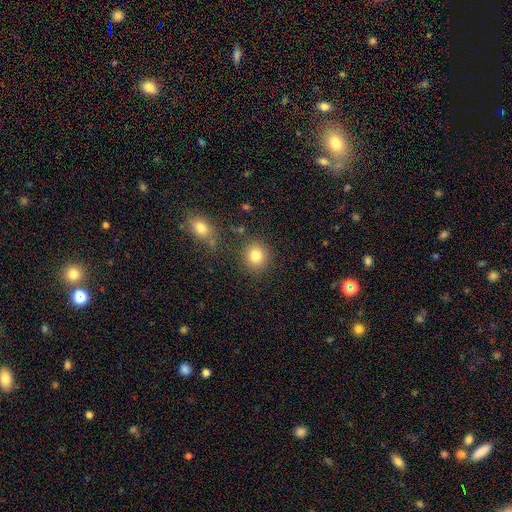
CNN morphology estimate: The model was most divided on "how rounded": round: 85%, in between: 14%, cigar-shaped: 1%. More confident: merging — none (84%); smooth or featured — smooth (82%).